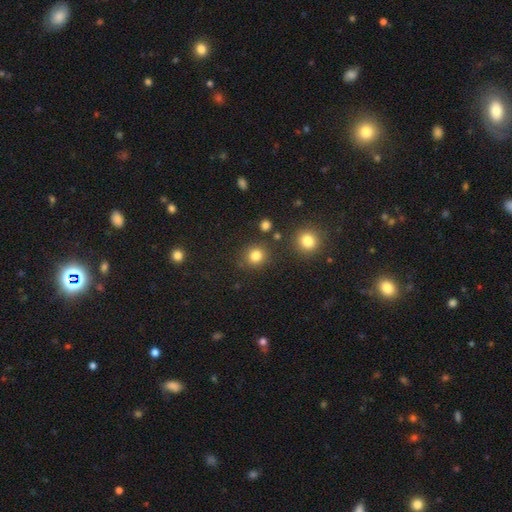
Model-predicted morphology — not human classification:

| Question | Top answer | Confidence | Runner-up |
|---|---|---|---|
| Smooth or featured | smooth | 83% | star or artifact (13%) |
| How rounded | round | 88% | in between (11%) |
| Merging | none | 85% | minor disturbance (7%) |